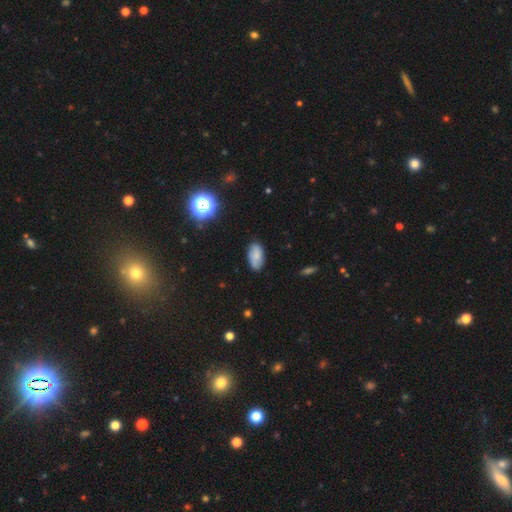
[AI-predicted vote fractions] A smooth galaxy with no disk features (74%) that is in between round and cigar-shaped (93%). Merging: none (81%).